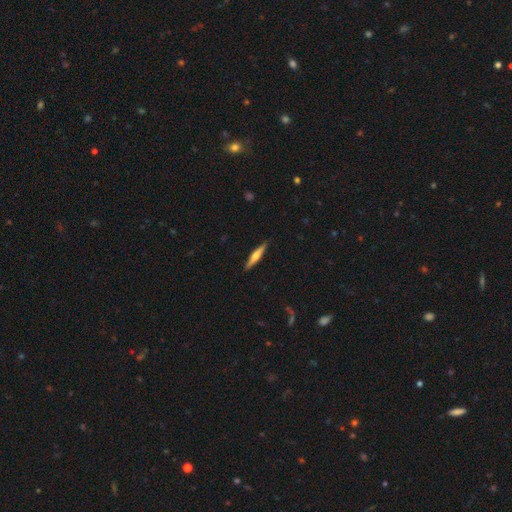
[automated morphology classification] smooth_or_featured: featured or disk (p=0.55) [alt: smooth p=0.40]
disk_edge_on: yes (p=0.97) [alt: no p=0.03]
edge_on_bulge: rounded (p=0.85) [alt: none p=0.08]
merging: none (p=0.90) [alt: minor disturbance p=0.07]